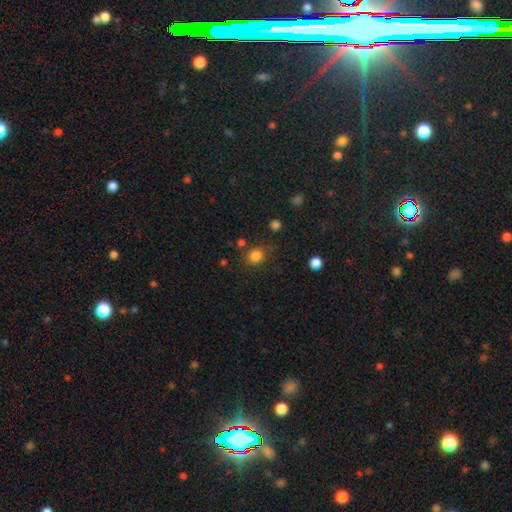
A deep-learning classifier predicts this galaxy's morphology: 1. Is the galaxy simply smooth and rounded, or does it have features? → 83% smooth, 12% star or artifact, 4% featured or disk.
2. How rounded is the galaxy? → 83% round, 16% in between, 1% cigar-shaped.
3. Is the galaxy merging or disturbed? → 77% none, 13% minor disturbance, 5% merger, 5% major disturbance.